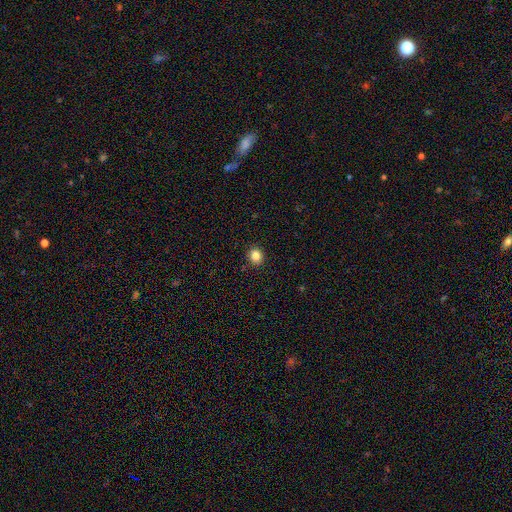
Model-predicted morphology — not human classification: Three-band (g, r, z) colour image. It shows a smooth galaxy with no disk features (85%) that is round (73%). Merging: none (91%).